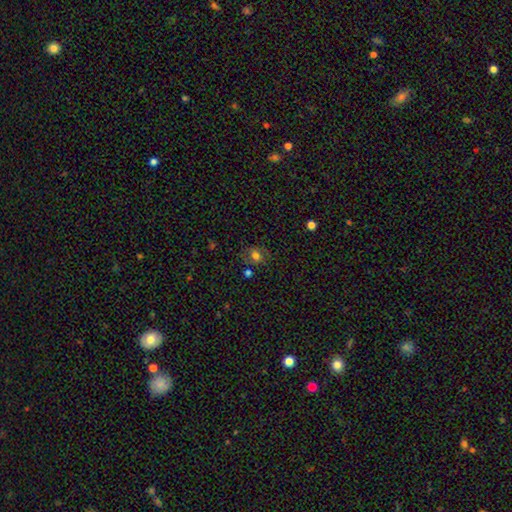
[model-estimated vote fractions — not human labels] Q: Smooth or featured?
A: smooth (61%); runner-up: featured or disk (23%)
Q: How rounded?
A: round (53%); runner-up: in between (46%)
Q: Merging?
A: none (68%); runner-up: minor disturbance (18%)